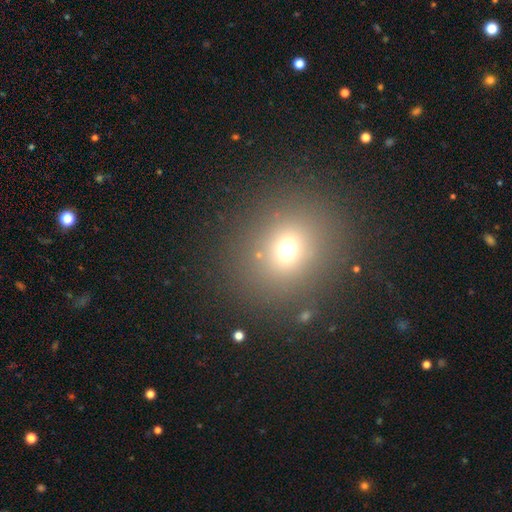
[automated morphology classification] Overall: smooth (65%). How rounded: round (78%). Merging: none (86%).